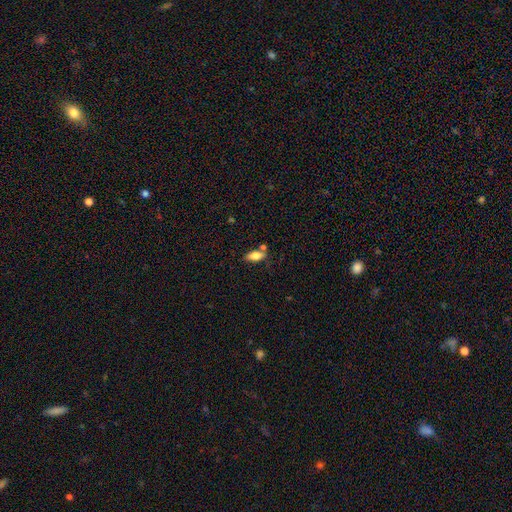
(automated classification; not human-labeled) This is likely a smooth galaxy (76%). How rounded: clearly in between (84%). Merging: likely none (66%).